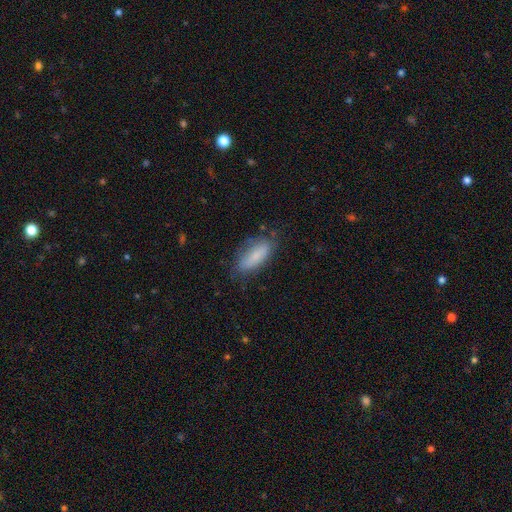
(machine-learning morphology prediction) Smooth or featured? smooth (74%)
How rounded? in between (76%)
Merging? none (71%)